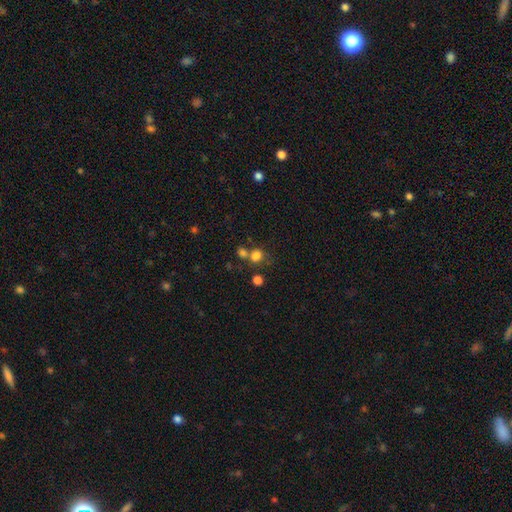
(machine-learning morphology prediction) Smooth or featured? Predicted: smooth (p=0.74). How rounded? Predicted: round (p=0.69). Merging? Predicted: none (p=0.43).